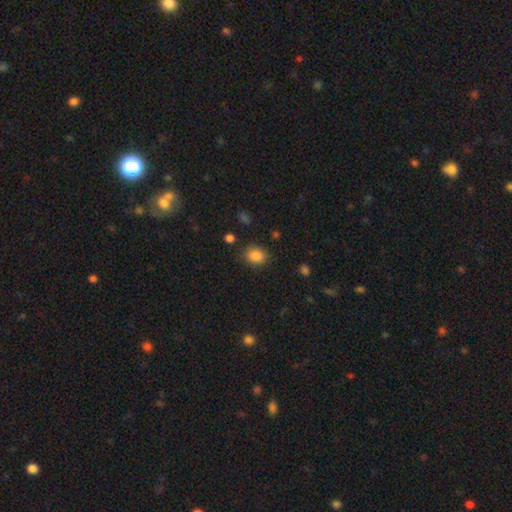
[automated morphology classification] smooth_or_featured: smooth (p=0.86) [alt: star or artifact p=0.10]
how_rounded: round (p=0.50) [alt: in between p=0.49]
merging: none (p=0.82) [alt: minor disturbance p=0.12]